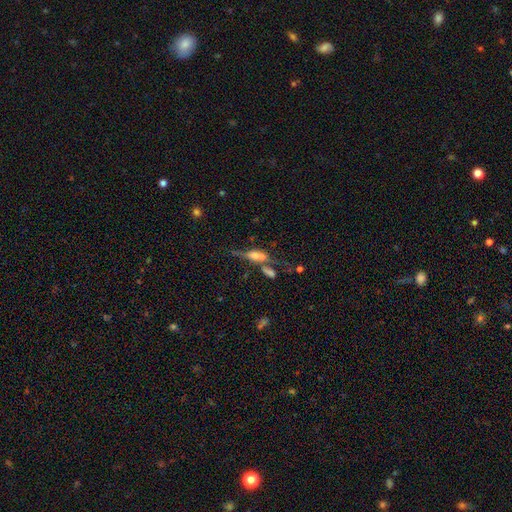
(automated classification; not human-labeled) Smooth or featured: featured or disk — 61% (smooth — 26%)
Edge-on disk: yes — 80% (no — 20%)
Merging: none — 42% (merger — 27%)